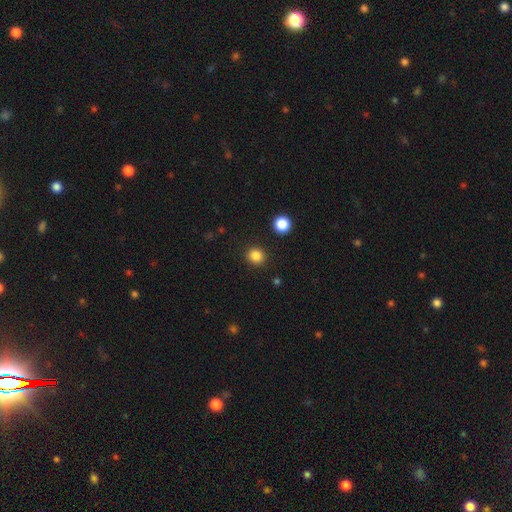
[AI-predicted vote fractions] This appears to be a smooth galaxy with no disk features (84%) that is round (87%). Merging: none (91%).